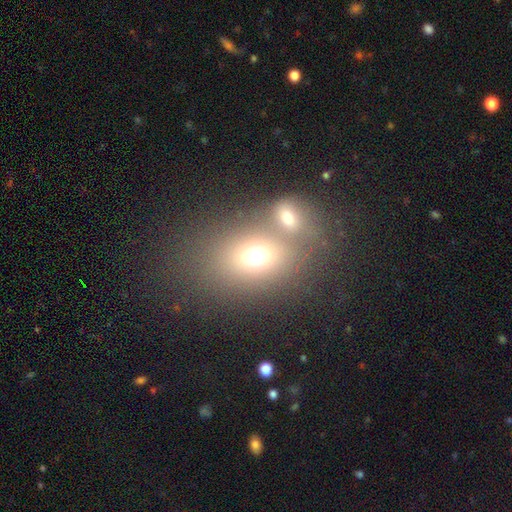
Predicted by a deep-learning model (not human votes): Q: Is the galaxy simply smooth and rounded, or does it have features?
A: smooth — 70%.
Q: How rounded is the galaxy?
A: in between — 61%.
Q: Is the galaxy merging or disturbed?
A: merger — 49%.